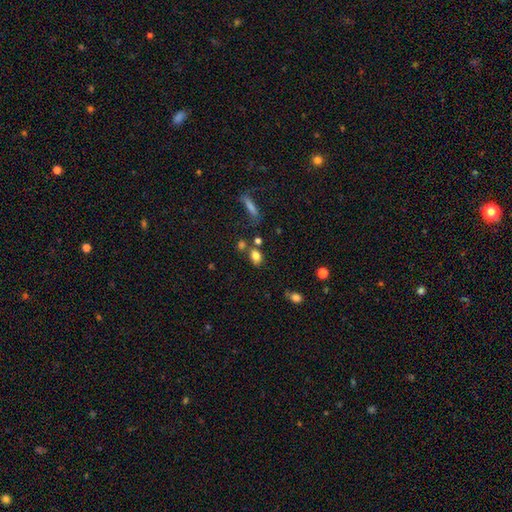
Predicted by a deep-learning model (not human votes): A smooth galaxy with no disk features (80%) that is in between round and cigar-shaped (69%). Merging: none (63%).